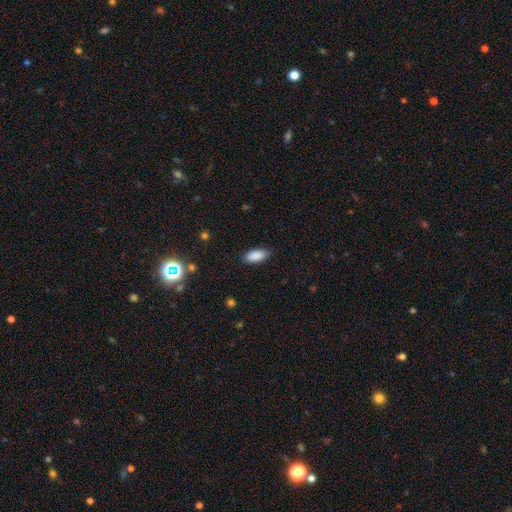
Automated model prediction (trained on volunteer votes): The model was most divided on "merging": none: 84%, minor disturbance: 12%, major disturbance: 2%, merger: 1%. More confident: smooth or featured — smooth (89%); how rounded — in between (89%).